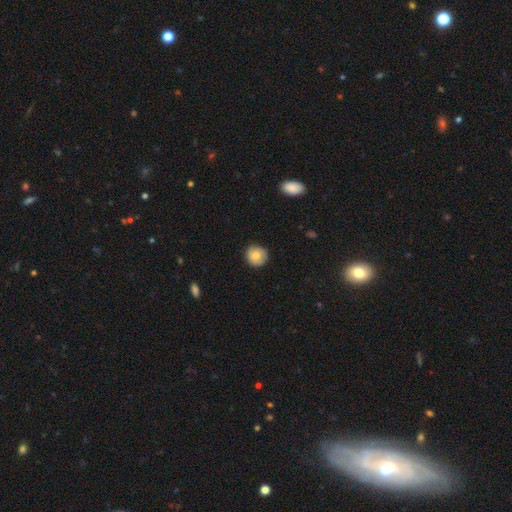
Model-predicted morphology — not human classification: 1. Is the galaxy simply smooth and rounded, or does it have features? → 80% smooth, 12% featured or disk, 8% star or artifact.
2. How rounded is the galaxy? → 91% round, 8% in between, 1% cigar-shaped.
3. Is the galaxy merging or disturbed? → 86% none, 11% minor disturbance, 2% major disturbance, 1% merger.